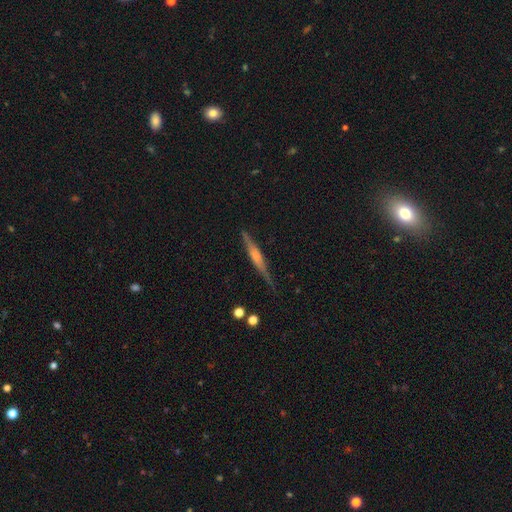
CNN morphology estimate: Smooth or featured: featured or disk — 66% (smooth — 28%)
Edge-on disk: yes — 97% (no — 3%)
Edge-on bulge: rounded — 55% (boxy — 24%)
Merging: none — 81% (minor disturbance — 14%)